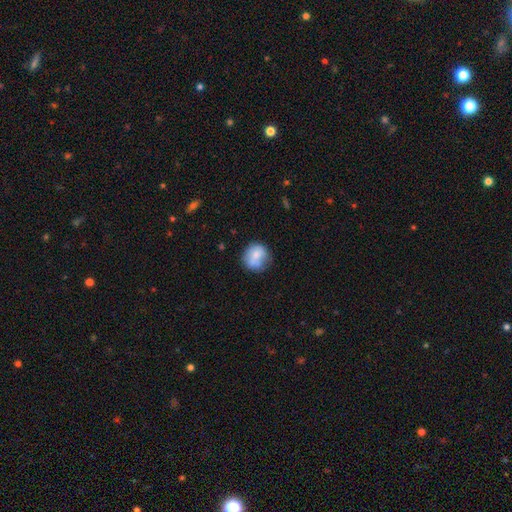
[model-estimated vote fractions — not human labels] smooth 71%, featured or disk 21%, star or artifact 8%. Down the decision tree: how rounded — round (83%); merging — none (56%).